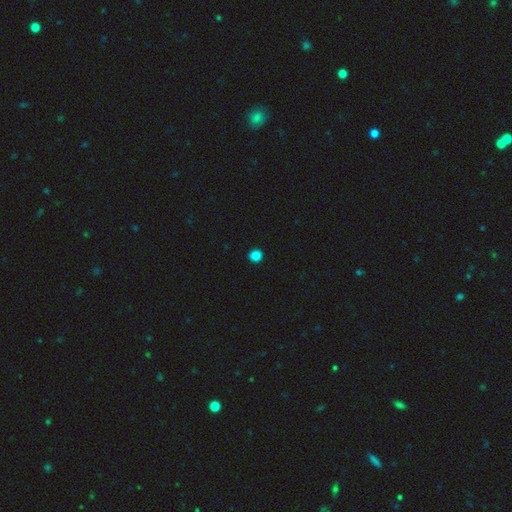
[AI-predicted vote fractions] Smooth or featured: smooth — 86% (star or artifact — 12%)
How rounded: round — 93% (in between — 6%)
Merging: none — 93% (minor disturbance — 4%)